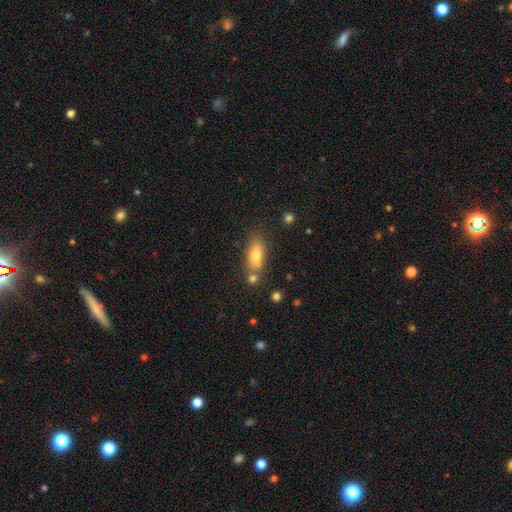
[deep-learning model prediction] Q: Smooth or featured?
A: smooth (75%); runner-up: featured or disk (16%)
Q: How rounded?
A: in between (79%); runner-up: cigar-shaped (16%)
Q: Merging?
A: none (65%); runner-up: merger (16%)